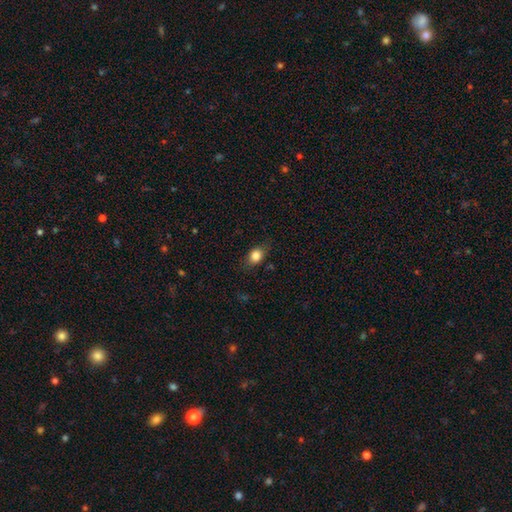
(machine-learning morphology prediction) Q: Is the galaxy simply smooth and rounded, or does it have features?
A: smooth — 82%.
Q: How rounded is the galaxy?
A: in between — 66%.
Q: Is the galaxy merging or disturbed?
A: none — 79%.